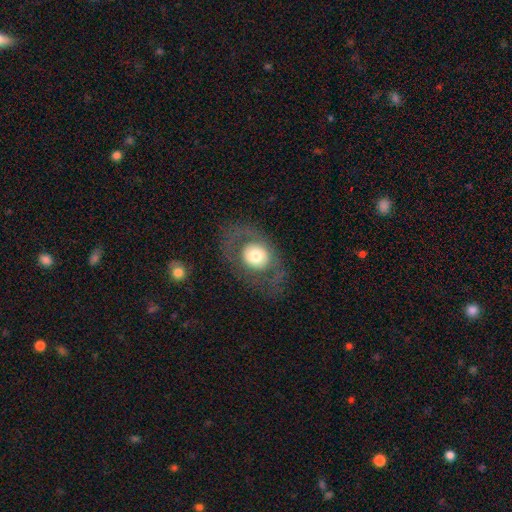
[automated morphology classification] The model was most divided on "smooth or featured": smooth: 51%, featured or disk: 41%, star or artifact: 8%. More confident: merging — none (73%); how rounded — round (57%).